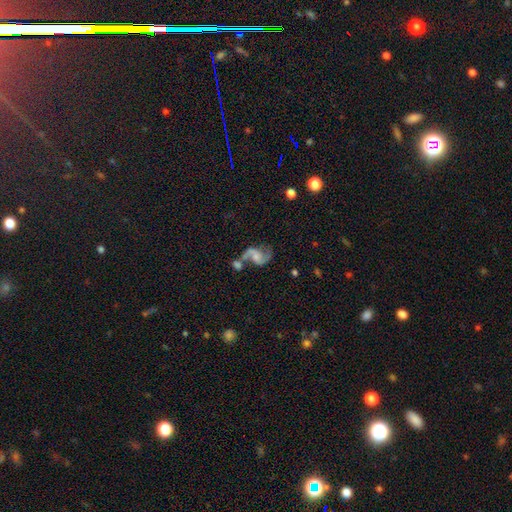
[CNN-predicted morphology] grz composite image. It shows a featured or disk galaxy (84%) with no bar (56%), 2 (90%) loose (57%) spiral arms (95%) and a small central bulge (42%). Merging: none (36%).